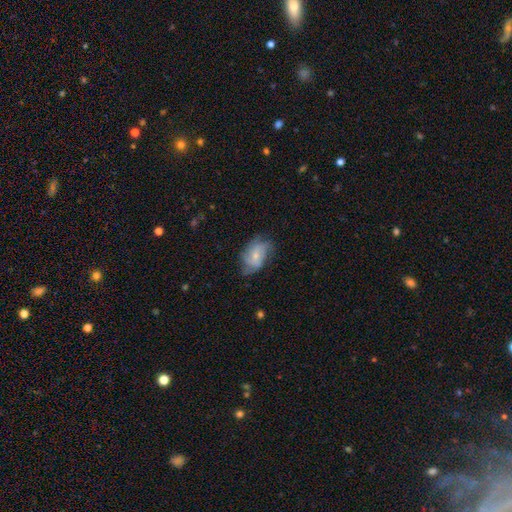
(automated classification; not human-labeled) The model was most divided on "smooth or featured": featured or disk: 54%, smooth: 38%, star or artifact: 8%. More confident: edge-on disk — no (96%); spiral arms — yes (77%); bar — no (70%); bulge size — small (64%); merging — none (54%).